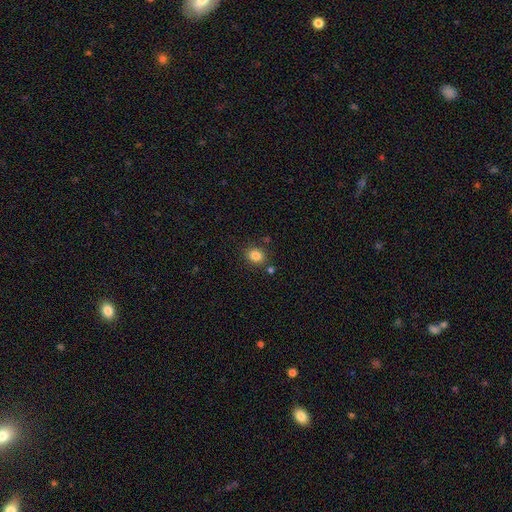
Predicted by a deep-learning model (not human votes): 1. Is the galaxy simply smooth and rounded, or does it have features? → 84% smooth, 11% star or artifact, 5% featured or disk.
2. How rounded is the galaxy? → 63% round, 36% in between, 1% cigar-shaped.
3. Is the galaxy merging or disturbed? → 81% none, 10% minor disturbance, 6% merger, 3% major disturbance.